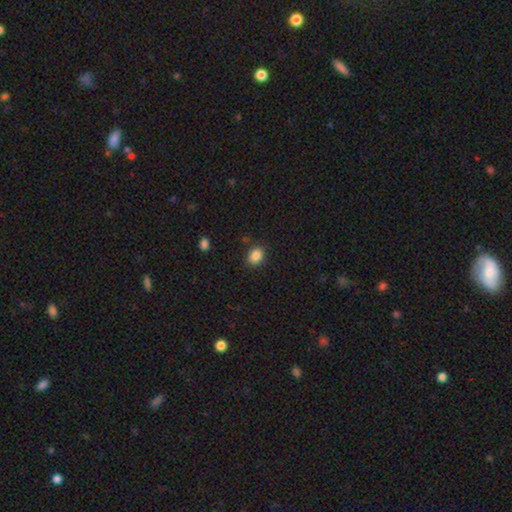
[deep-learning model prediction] This is clearly a smooth galaxy (86%). How rounded: possibly in between (54%). Merging: clearly none (84%).